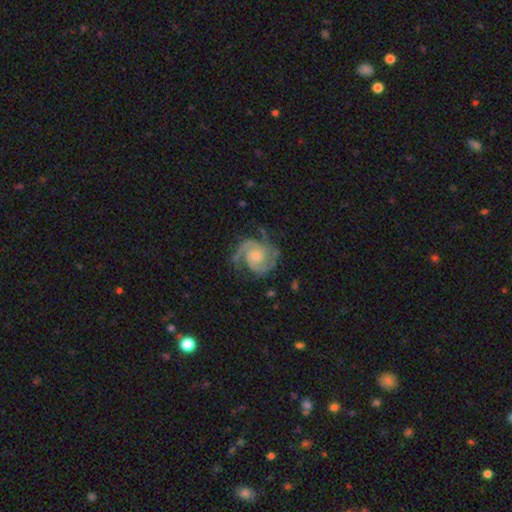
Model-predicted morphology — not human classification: A featured or disk galaxy (91%) with no bar (69%), 2 (67%) medium (47%) spiral arms (98%) and a small central bulge (63%). Merging: none (70%).